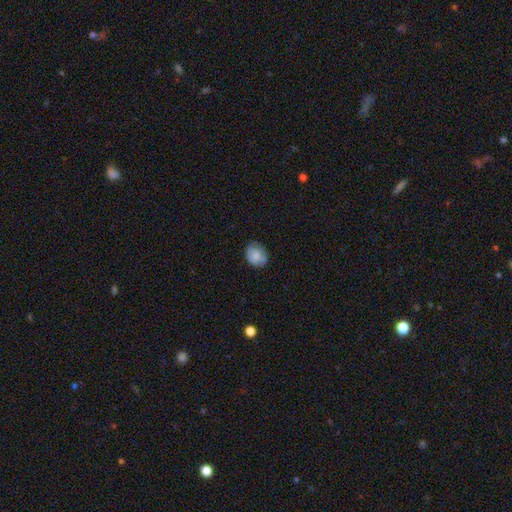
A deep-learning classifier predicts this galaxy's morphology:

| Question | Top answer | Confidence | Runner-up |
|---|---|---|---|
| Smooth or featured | smooth | 78% | featured or disk (15%) |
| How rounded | round | 54% | in between (45%) |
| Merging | none | 72% | minor disturbance (22%) |